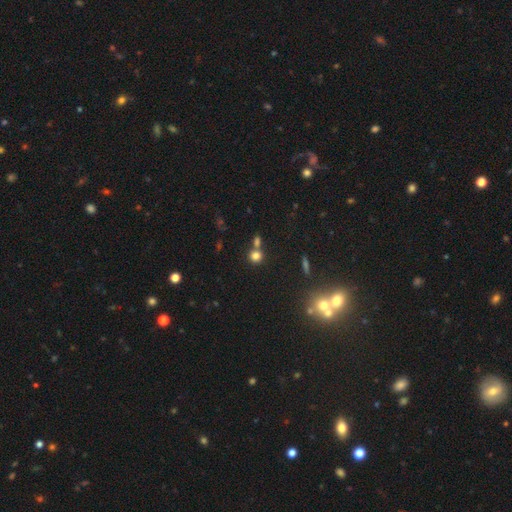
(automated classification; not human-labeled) smooth-or-featured: smooth: 76% | star or artifact: 16% | featured or disk: 8%
  how-rounded: round: 85% | in between: 13% | cigar-shaped: 1%
  merging: none: 59% | merger: 30% | minor disturbance: 8% | major disturbance: 3%